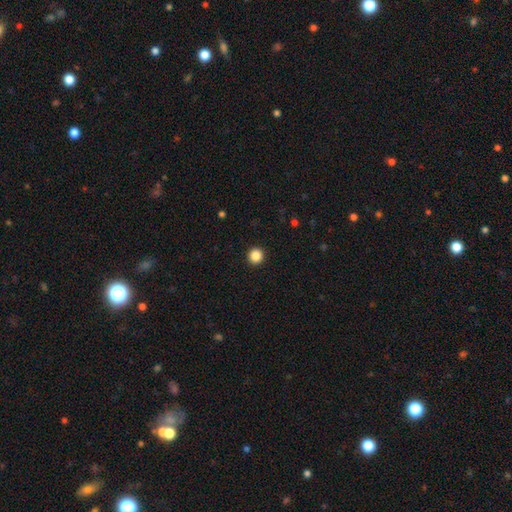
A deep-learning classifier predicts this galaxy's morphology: Smooth or featured? smooth (86%)
How rounded? round (96%)
Merging? none (94%)